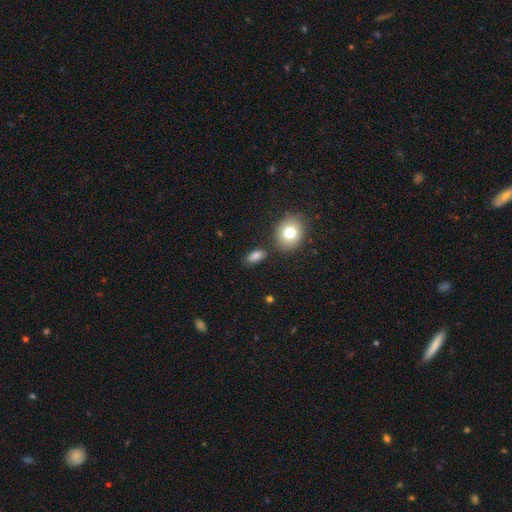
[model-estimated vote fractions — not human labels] smooth 82%, star or artifact 10%, featured or disk 8%. Down the decision tree: how rounded — in between (86%); merging — none (78%).